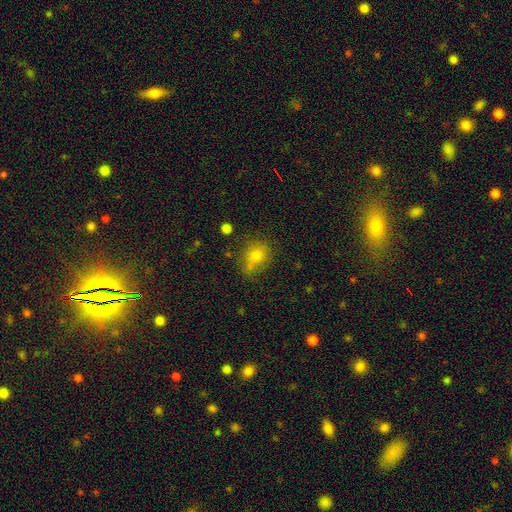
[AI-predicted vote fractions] Overall: smooth (72%). How rounded: round (52%; in between 46%). Merging: none (56%; minor disturbance 24%).